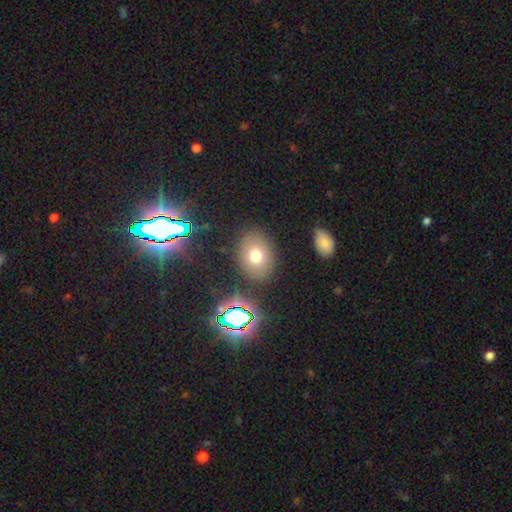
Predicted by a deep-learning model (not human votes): Overall: smooth (72%). How rounded: in between (61%; round 38%). Merging: none (84%).